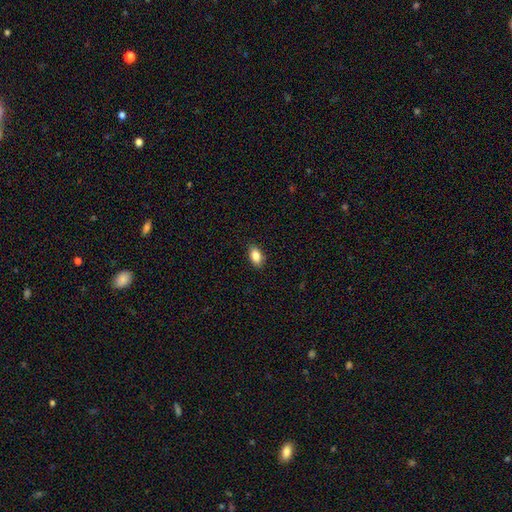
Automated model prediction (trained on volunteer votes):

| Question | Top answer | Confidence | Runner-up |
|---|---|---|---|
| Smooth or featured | smooth | 87% | star or artifact (8%) |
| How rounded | in between | 90% | round (7%) |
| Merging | none | 88% | minor disturbance (9%) |